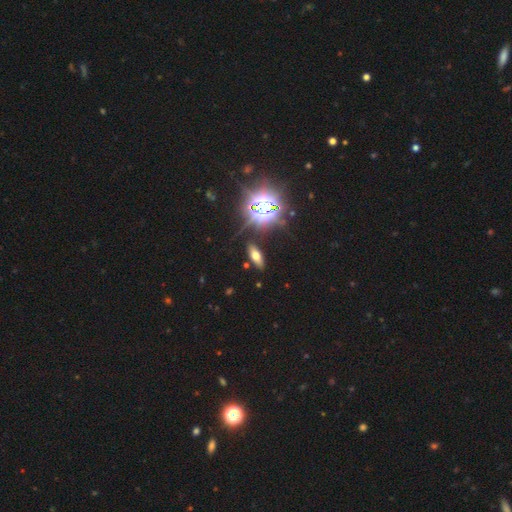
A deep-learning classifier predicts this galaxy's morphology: A smooth galaxy with no disk features (50%). Merging: none (86%).